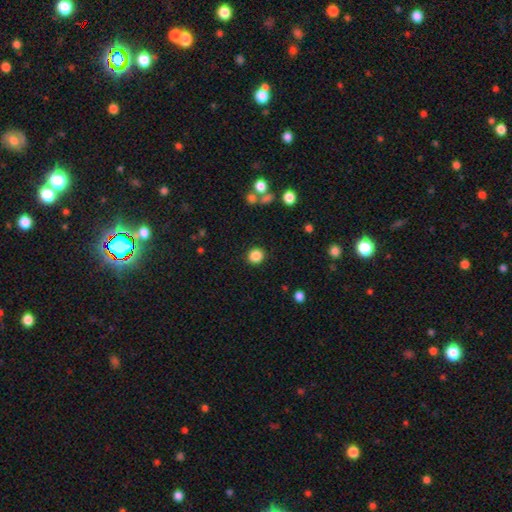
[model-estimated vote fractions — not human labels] This is clearly a smooth galaxy (86%). How rounded: clearly round (89%). Merging: clearly none (90%).